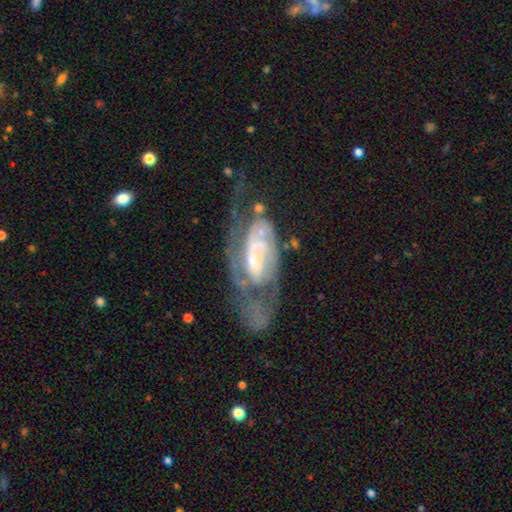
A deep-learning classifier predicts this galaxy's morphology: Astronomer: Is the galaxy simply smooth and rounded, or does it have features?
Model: featured or disk — 83%.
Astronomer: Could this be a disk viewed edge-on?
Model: no — 94%.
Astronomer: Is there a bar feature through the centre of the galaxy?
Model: no — 45% (runner-up: weak, 38%).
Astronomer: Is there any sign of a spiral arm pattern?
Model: yes — 89%.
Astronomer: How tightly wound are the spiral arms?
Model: tight — 42% (runner-up: medium, 40%).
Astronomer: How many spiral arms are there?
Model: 2 — 48%.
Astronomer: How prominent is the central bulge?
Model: small — 39% (runner-up: moderate, 34%).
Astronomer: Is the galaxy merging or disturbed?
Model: major disturbance — 41% (runner-up: none, 34%).